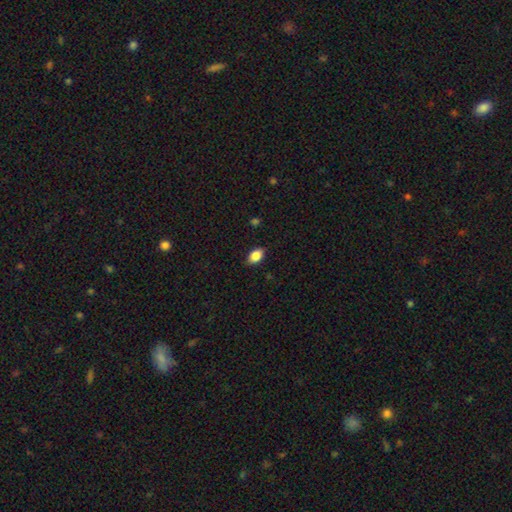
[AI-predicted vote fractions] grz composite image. It shows a smooth galaxy with no disk features (87%) that is in between round and cigar-shaped (86%). Merging: none (85%).